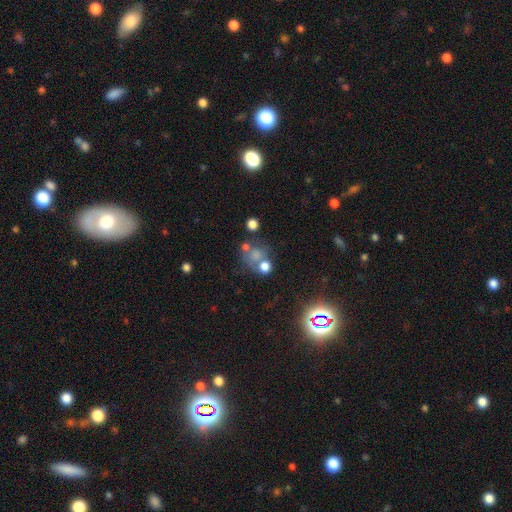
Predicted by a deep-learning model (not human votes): smooth-or-featured: smooth: 61% | star or artifact: 21% | featured or disk: 18%
  how-rounded: round: 75% | in between: 24% | cigar-shaped: 1%
  merging: none: 43% | merger: 32% | minor disturbance: 13% | major disturbance: 12%